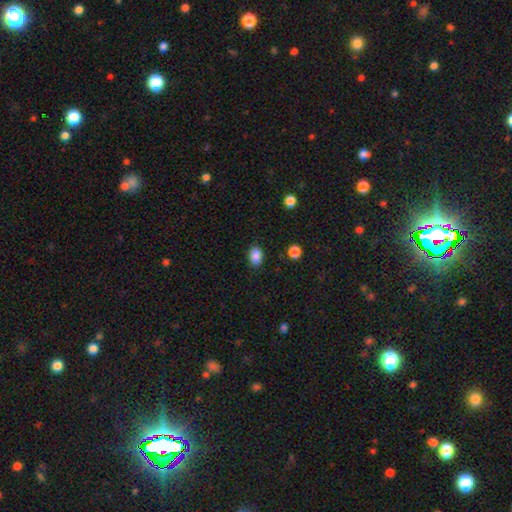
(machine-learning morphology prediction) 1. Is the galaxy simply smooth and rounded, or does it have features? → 88% smooth, 9% star or artifact, 3% featured or disk.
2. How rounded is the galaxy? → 78% in between, 21% round, 1% cigar-shaped.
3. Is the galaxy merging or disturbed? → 87% none, 9% minor disturbance, 3% major disturbance, 1% merger.